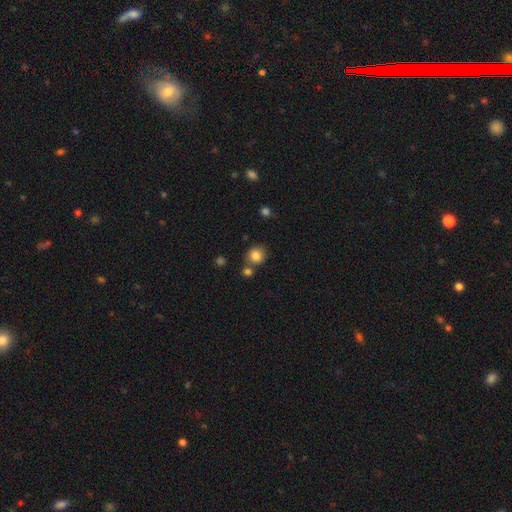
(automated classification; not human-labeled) Overall: smooth (84%). How rounded: round (88%). Merging: none (71%).